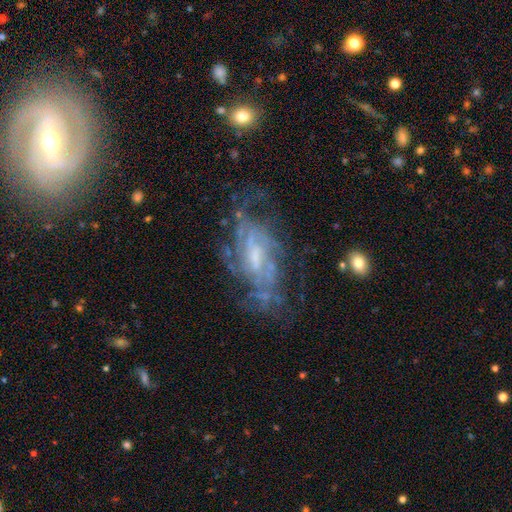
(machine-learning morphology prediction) Smooth or featured: featured or disk — 82% (smooth — 9%)
Edge-on disk: no — 94% (yes — 6%)
Bar: weak — 48% (no — 37%)
Spiral arms: yes — 88% (no — 12%)
Spiral winding: tight — 49% (medium — 38%)
Spiral arm count: can't tell — 47% (2 — 17%)
Bulge size: small — 40% (moderate — 34%)
Merging: none — 59% (minor disturbance — 21%)